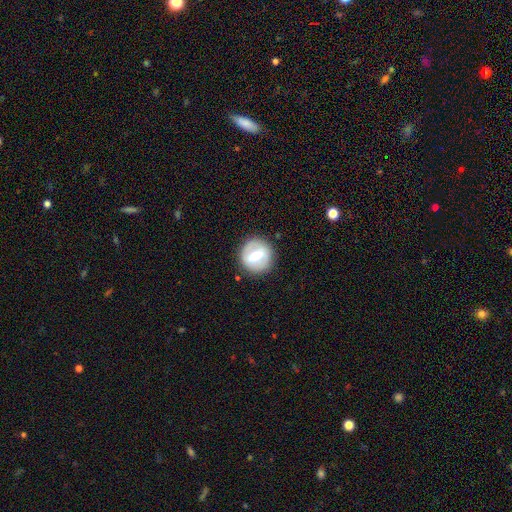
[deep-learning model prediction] Morphology: type=featured or disk (58%); edge-on=no (89%); bar=strong (65%); spiral arms=no (75%); bulge=moderate (62%); merging=none (86%).